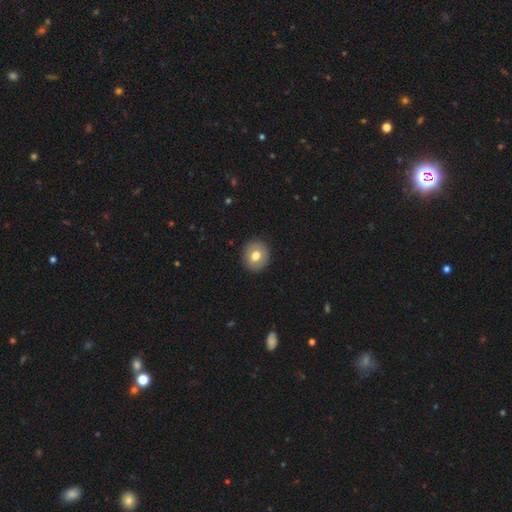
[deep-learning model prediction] Smooth or featured: smooth — 73% (featured or disk — 19%)
How rounded: round — 82% (in between — 17%)
Merging: none — 91% (minor disturbance — 6%)